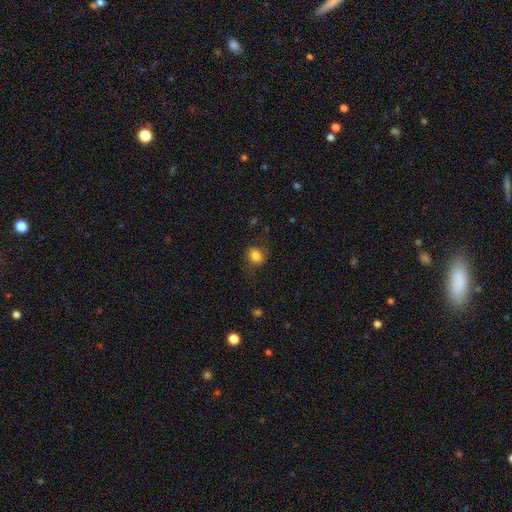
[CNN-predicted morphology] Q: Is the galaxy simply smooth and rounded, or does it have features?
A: smooth — 82%.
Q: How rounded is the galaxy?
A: round — 71%.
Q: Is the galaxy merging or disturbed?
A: none — 74%.